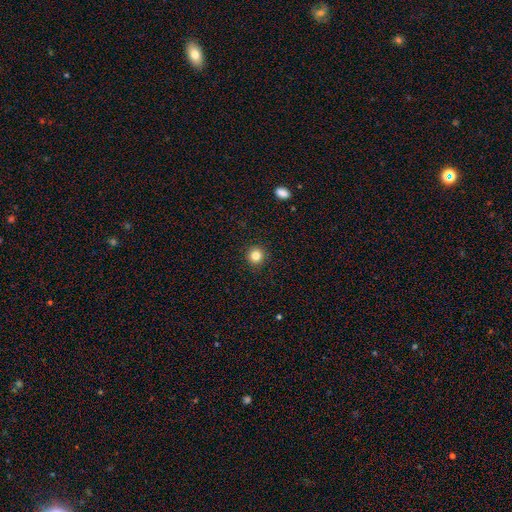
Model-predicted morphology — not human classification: This appears to be a smooth galaxy with no disk features (82%) that is round (94%). Merging: none (93%).